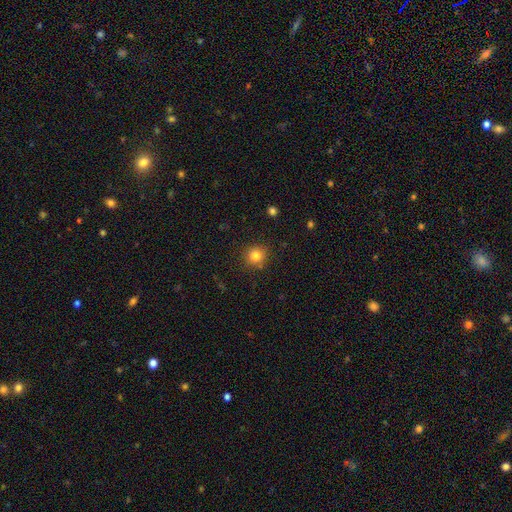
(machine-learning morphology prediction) This appears to be a smooth galaxy with no disk features (82%) that is round (92%). Merging: none (88%).